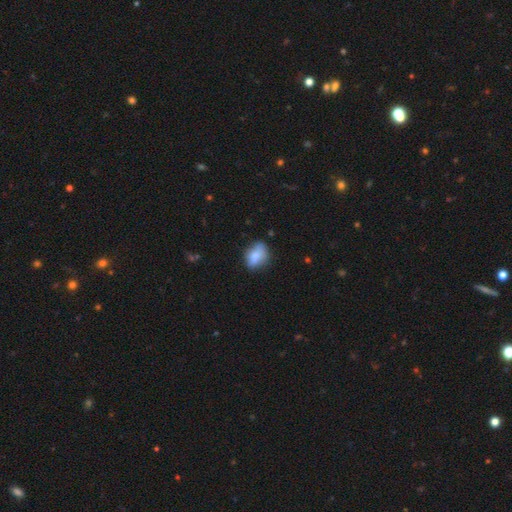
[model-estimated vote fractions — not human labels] A smooth galaxy with no disk features (77%) that is in between round and cigar-shaped (76%). Merging: none (60%).